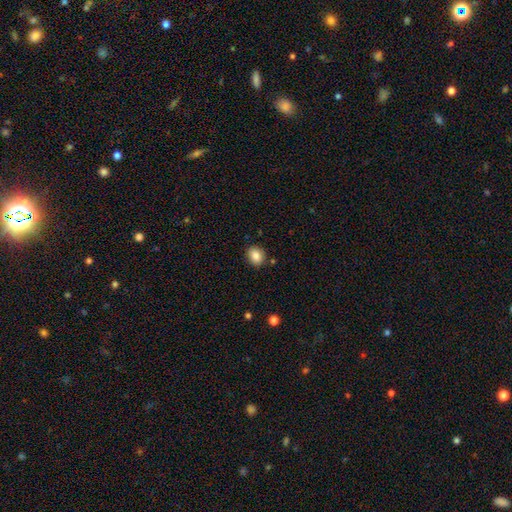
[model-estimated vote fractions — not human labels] Smooth or featured? smooth (86%)
How rounded? round (52%)
Merging? none (86%)